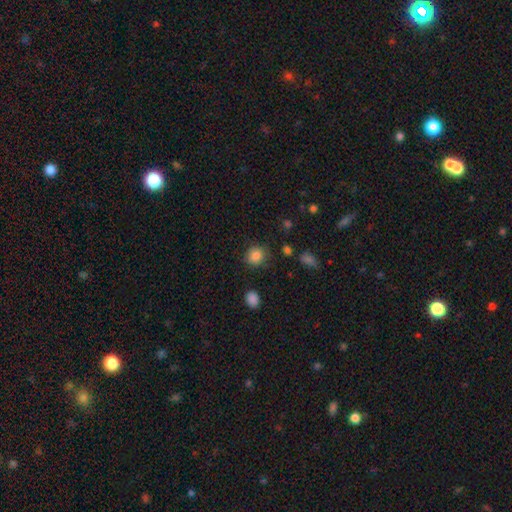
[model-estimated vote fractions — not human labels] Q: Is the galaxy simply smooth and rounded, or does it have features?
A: smooth — 86%.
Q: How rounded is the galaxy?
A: round — 82%.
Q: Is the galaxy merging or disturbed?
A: none — 84%.